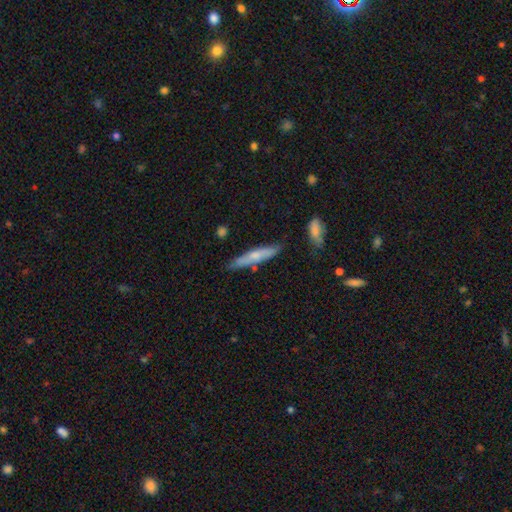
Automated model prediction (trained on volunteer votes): A smooth galaxy with no disk features (58%) that is cigar-shaped (89%). Merging: none (75%).